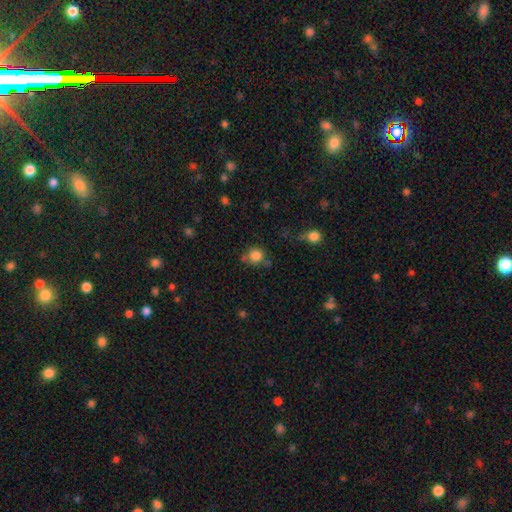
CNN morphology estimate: Smooth or featured: smooth — 82% (star or artifact — 11%)
How rounded: round — 87% (in between — 11%)
Merging: none — 65% (minor disturbance — 18%)